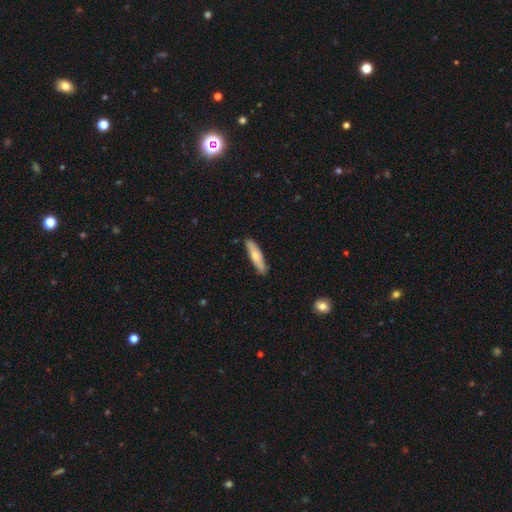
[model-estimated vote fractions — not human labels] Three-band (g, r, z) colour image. It shows a smooth galaxy with no disk features (61%) that is cigar-shaped (69%). Merging: none (81%).